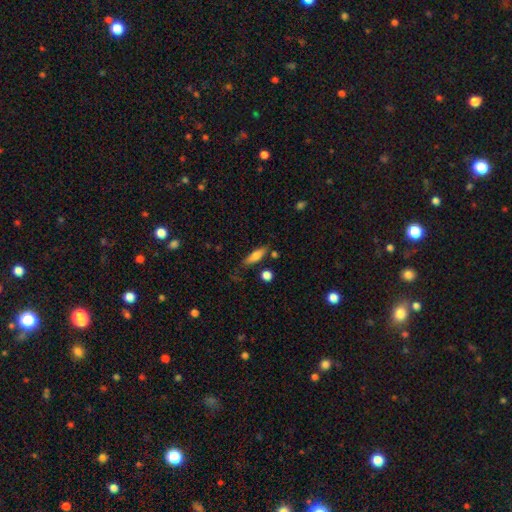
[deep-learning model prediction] Smooth or featured: smooth — 72% (featured or disk — 20%)
How rounded: cigar-shaped — 57% (in between — 41%)
Merging: none — 71% (minor disturbance — 18%)